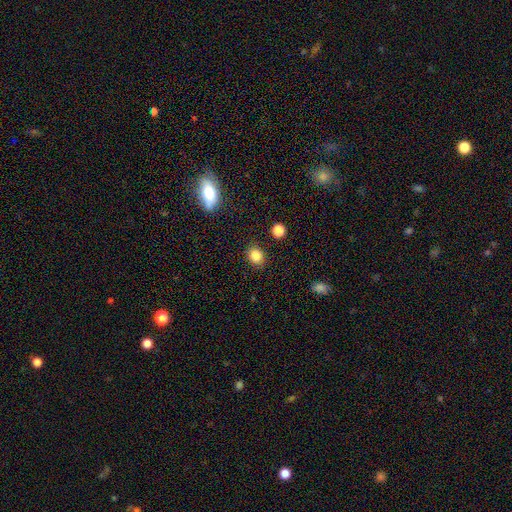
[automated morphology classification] Overall: smooth (84%). How rounded: round (59%; in between 40%). Merging: none (88%).